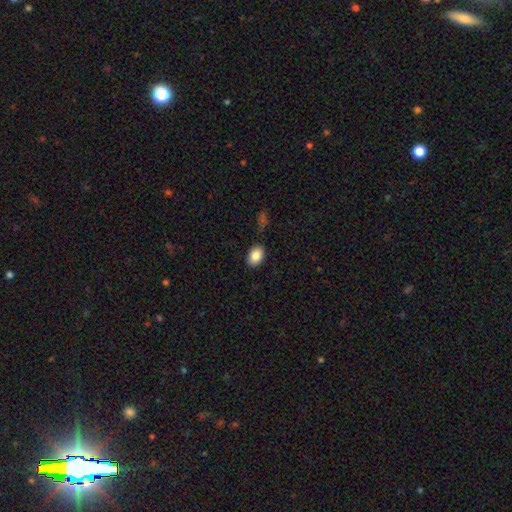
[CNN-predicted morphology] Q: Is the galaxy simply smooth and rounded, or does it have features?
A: smooth — 87%.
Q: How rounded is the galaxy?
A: in between — 84%.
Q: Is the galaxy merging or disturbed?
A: none — 85%.